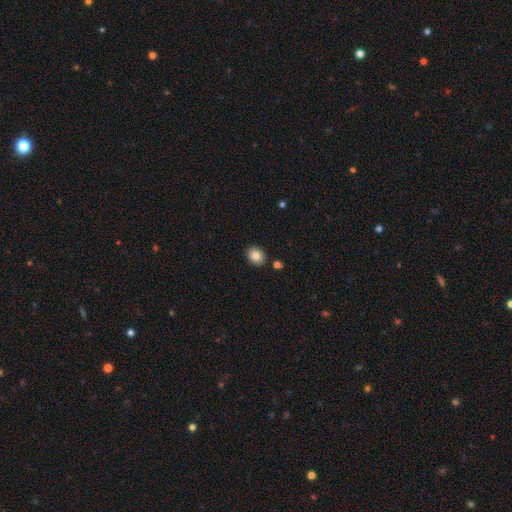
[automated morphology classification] This is clearly a smooth galaxy (85%). How rounded: possibly round (51%). Merging: clearly none (87%).